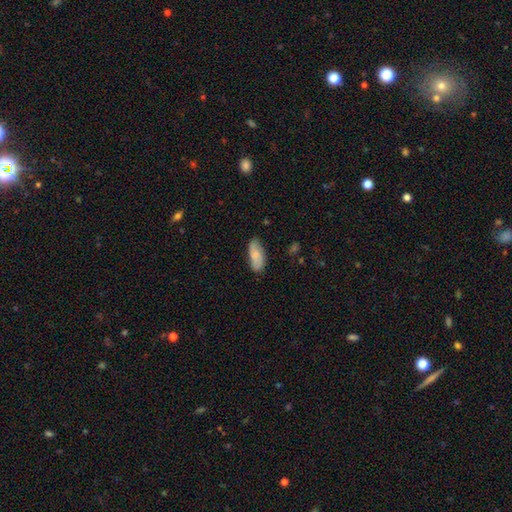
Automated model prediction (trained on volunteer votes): Q: Smooth or featured?
A: smooth (73%); runner-up: featured or disk (21%)
Q: How rounded?
A: in between (87%); runner-up: cigar-shaped (11%)
Q: Merging?
A: none (75%); runner-up: minor disturbance (20%)